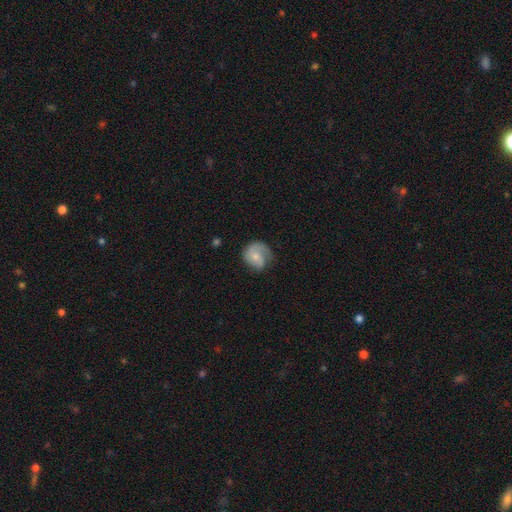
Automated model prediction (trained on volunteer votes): Q: Smooth or featured?
A: featured or disk (54%); runner-up: smooth (39%)
Q: Edge-on disk?
A: no (98%); runner-up: yes (2%)
Q: Bar?
A: no (69%); runner-up: weak (27%)
Q: Spiral arms?
A: yes (87%); runner-up: no (13%)
Q: Bulge size?
A: small (49%); runner-up: moderate (38%)
Q: Merging?
A: none (53%); runner-up: minor disturbance (25%)